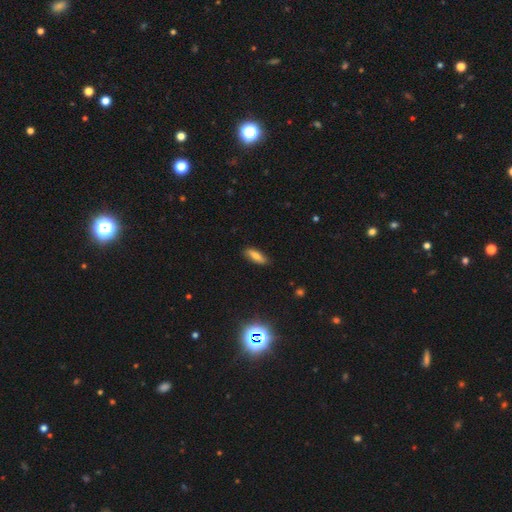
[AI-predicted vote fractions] smooth-or-featured: smooth: 72% | featured or disk: 18% | star or artifact: 10%
  how-rounded: in between: 64% | cigar-shaped: 34% | round: 3%
  merging: none: 86% | minor disturbance: 11% | major disturbance: 2% | merger: 1%